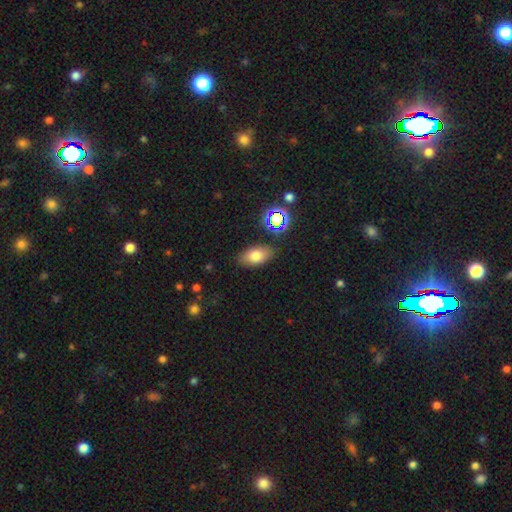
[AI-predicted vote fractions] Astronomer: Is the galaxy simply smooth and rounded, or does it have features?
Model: smooth — 74%.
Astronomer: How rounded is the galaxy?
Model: in between — 88%.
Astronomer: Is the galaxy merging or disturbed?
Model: none — 83%.